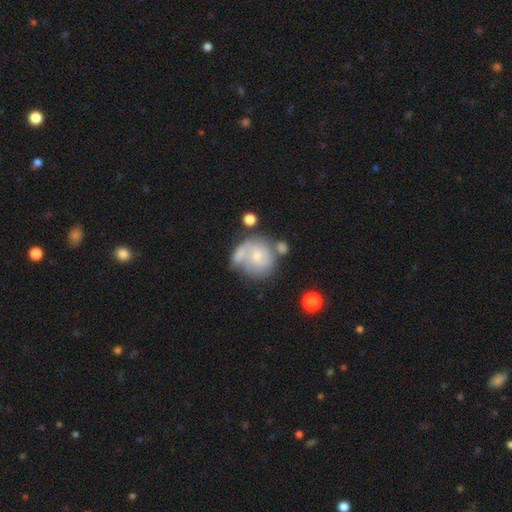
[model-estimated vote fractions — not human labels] Smooth or featured? featured or disk (54%)
Edge-on disk? no (97%)
Bar? no (69%)
Spiral arms? yes (65%)
Bulge size? small (60%)
Merging? none (39%)